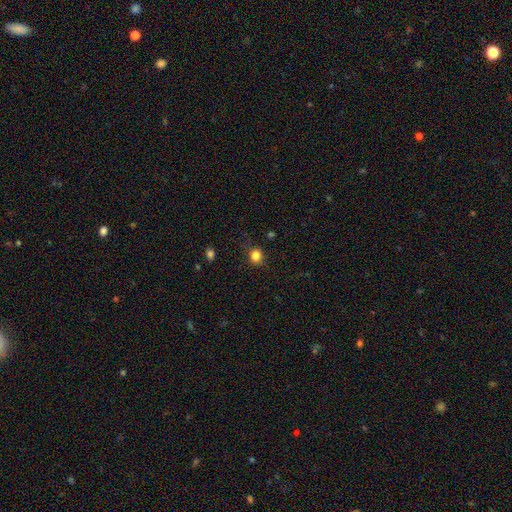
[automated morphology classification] Smooth or featured: smooth — 82% (star or artifact — 13%)
How rounded: round — 82% (in between — 17%)
Merging: none — 83% (minor disturbance — 13%)